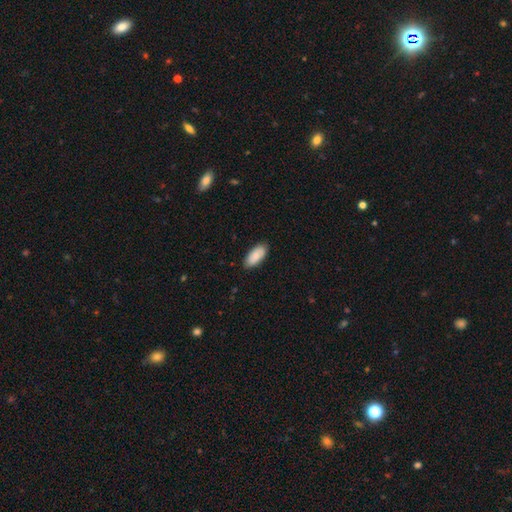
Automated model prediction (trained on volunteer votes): A smooth galaxy with no disk features (85%) that is in between round and cigar-shaped (90%).

Vote fractions:
- Smooth or featured? smooth: 85% / featured or disk: 9% / star or artifact: 6%
- How rounded? in between: 90% / cigar-shaped: 8% / round: 2%
- Merging? none: 85% / minor disturbance: 12% / major disturbance: 2% / merger: 1%